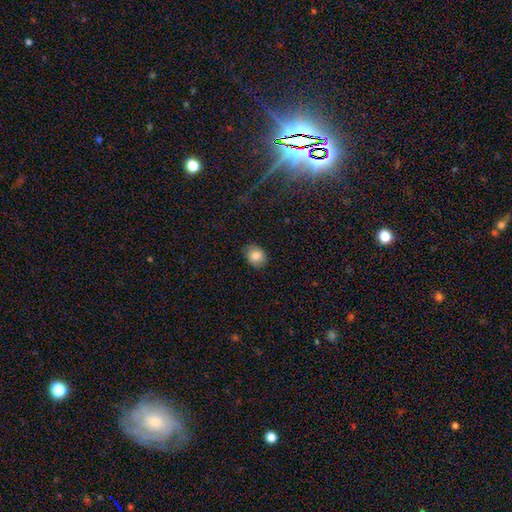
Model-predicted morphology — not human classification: type=smooth (83%); roundness=round (56%); merging=none (82%).